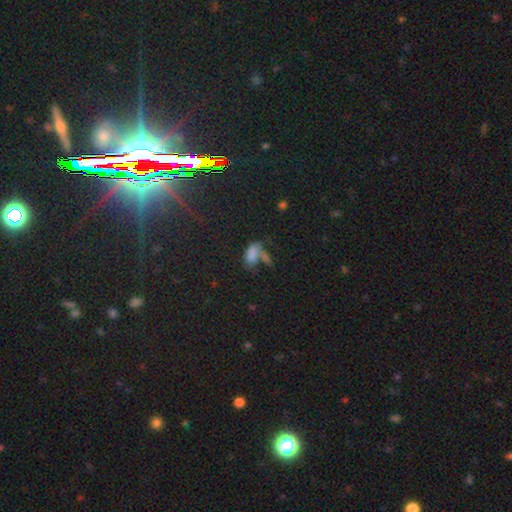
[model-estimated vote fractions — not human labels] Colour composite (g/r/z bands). It shows a smooth galaxy with no disk features (57%) that is in between round and cigar-shaped (84%). Merging: merger (33%).